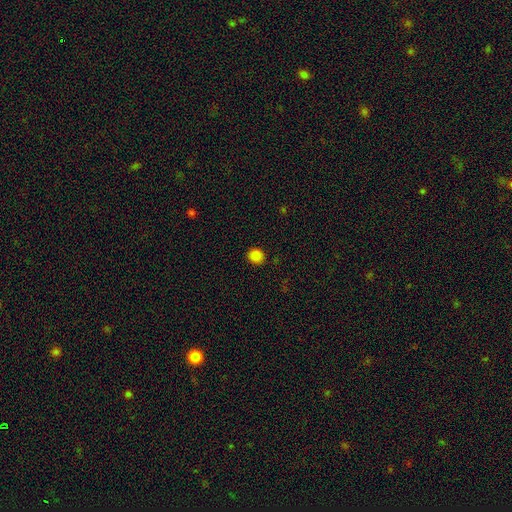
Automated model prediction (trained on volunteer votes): Smooth or featured?
  - smooth: 85% *
  - star or artifact: 12%
  - featured or disk: 3%
How rounded?
  - round: 82% *
  - in between: 17%
  - cigar-shaped: 1%
Merging?
  - none: 90% *
  - minor disturbance: 7%
  - major disturbance: 2%
  - merger: 1%